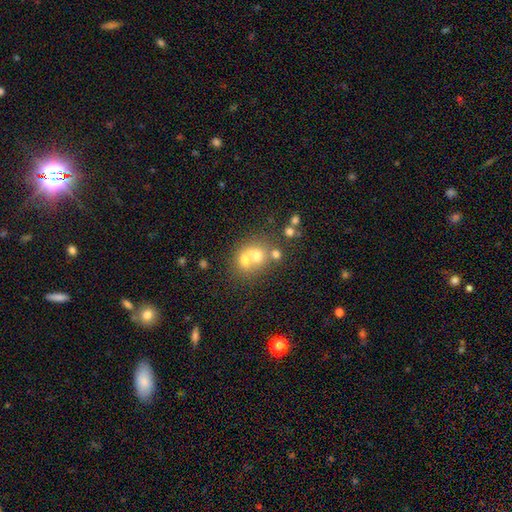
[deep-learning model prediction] Morphology: type=smooth (57%); roundness=round (71%); merging=merger (58%).